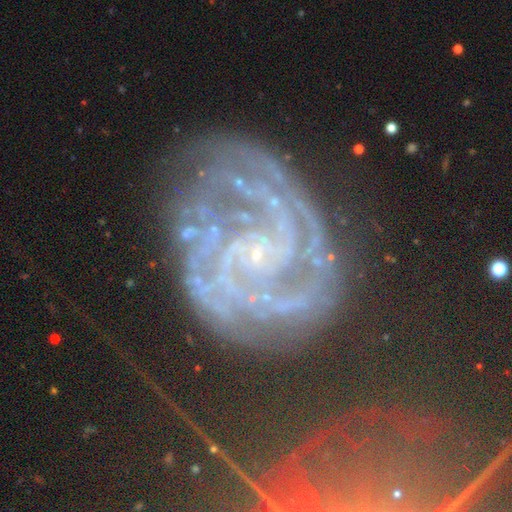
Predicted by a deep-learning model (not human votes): Q: Smooth or featured?
A: featured or disk (81%); runner-up: star or artifact (13%)
Q: Edge-on disk?
A: no (98%); runner-up: yes (2%)
Q: Bar?
A: no (64%); runner-up: weak (24%)
Q: Spiral arms?
A: yes (96%); runner-up: no (4%)
Q: Spiral winding?
A: tight (59%); runner-up: medium (32%)
Q: Spiral arm count?
A: 2 (42%); runner-up: can't tell (16%)
Q: Bulge size?
A: small (84%); runner-up: moderate (7%)
Q: Merging?
A: none (56%); runner-up: minor disturbance (20%)